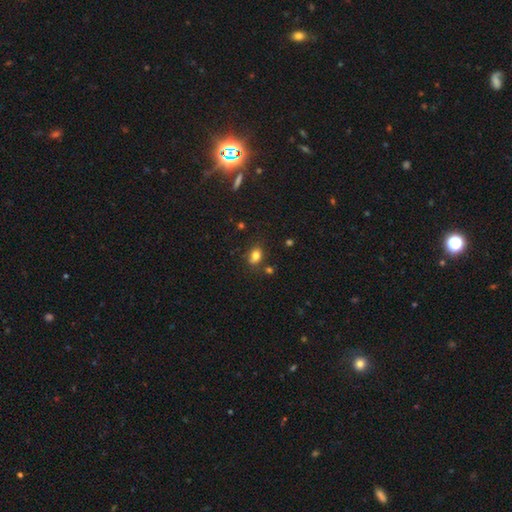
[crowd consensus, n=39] This is clearly a smooth galaxy (85%). How rounded: likely in between (61%). Merging: possibly none (54%).